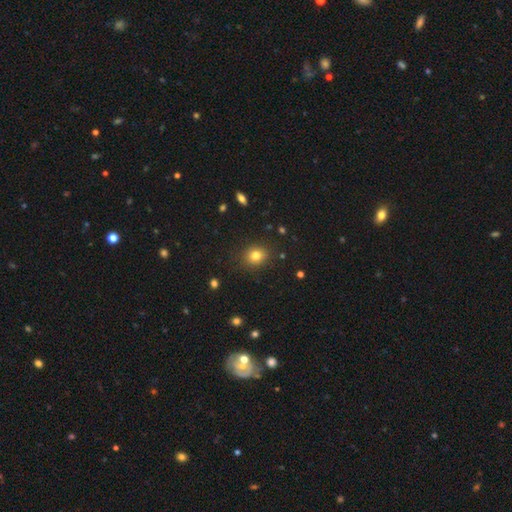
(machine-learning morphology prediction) type=smooth (79%); roundness=round (67%); merging=none (87%).